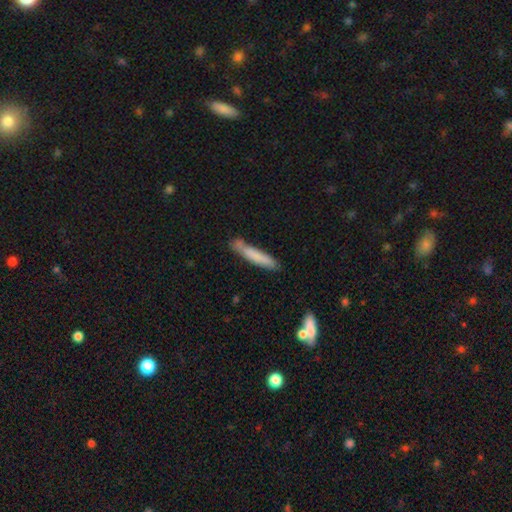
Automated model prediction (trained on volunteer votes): This appears to be a smooth galaxy with no disk features (74%) that is cigar-shaped (92%). Merging: none (69%).